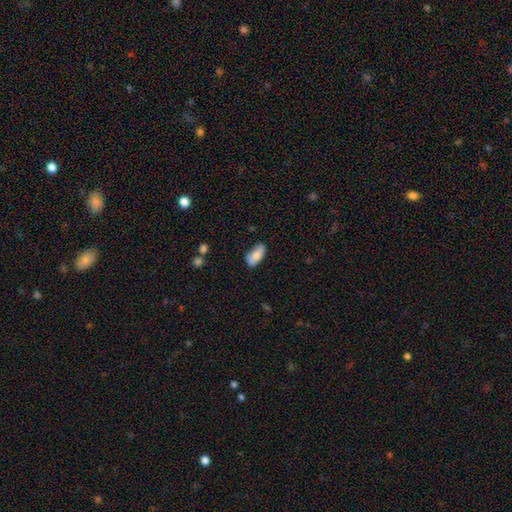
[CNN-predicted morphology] Smooth or featured: smooth — 79% (featured or disk — 15%)
How rounded: in between — 87% (cigar-shaped — 11%)
Merging: none — 73% (minor disturbance — 21%)